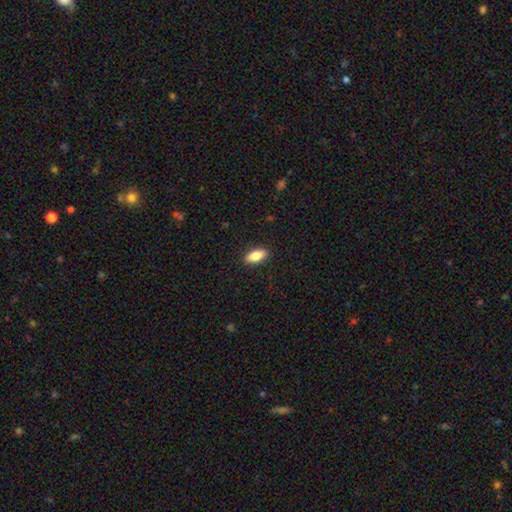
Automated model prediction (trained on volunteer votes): smooth 85%, featured or disk 9%, star or artifact 7%. Down the decision tree: how rounded — in between (85%); merging — none (89%).